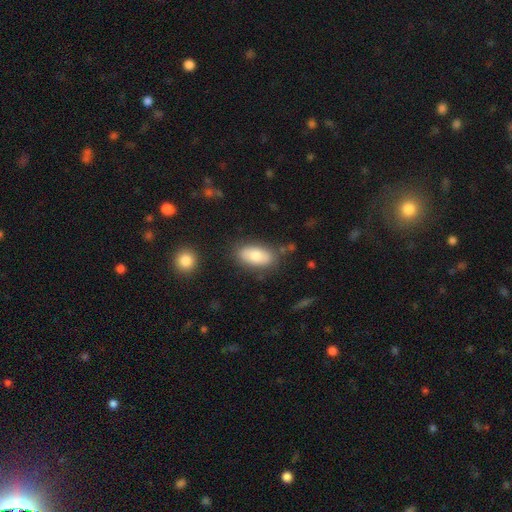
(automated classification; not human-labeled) Smooth or featured? smooth (74%)
How rounded? in between (90%)
Merging? none (78%)